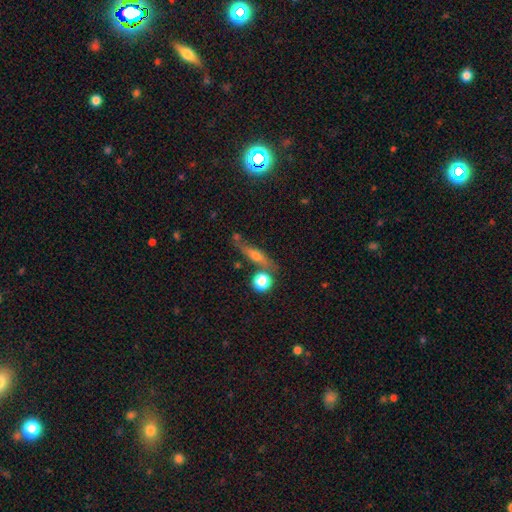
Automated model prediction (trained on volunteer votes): Smooth or featured? Predicted: featured or disk (p=0.50). Edge-on disk? Predicted: yes (p=0.84). Merging? Predicted: none (p=0.75).